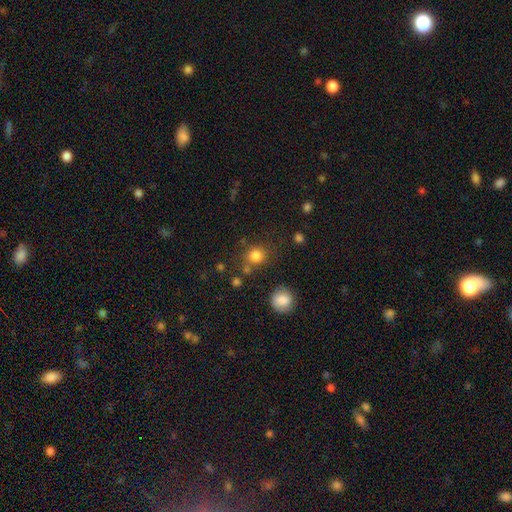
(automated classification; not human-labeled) smooth_or_featured: smooth (p=0.82) [alt: star or artifact p=0.13]
how_rounded: round (p=0.85) [alt: in between p=0.14]
merging: none (p=0.75) [alt: minor disturbance p=0.12]